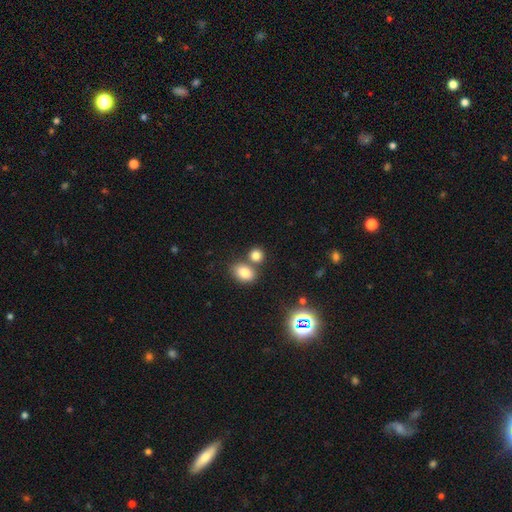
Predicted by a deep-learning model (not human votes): Q: Smooth or featured?
A: smooth (79%); runner-up: star or artifact (14%)
Q: How rounded?
A: round (65%); runner-up: in between (33%)
Q: Merging?
A: none (60%); runner-up: merger (29%)